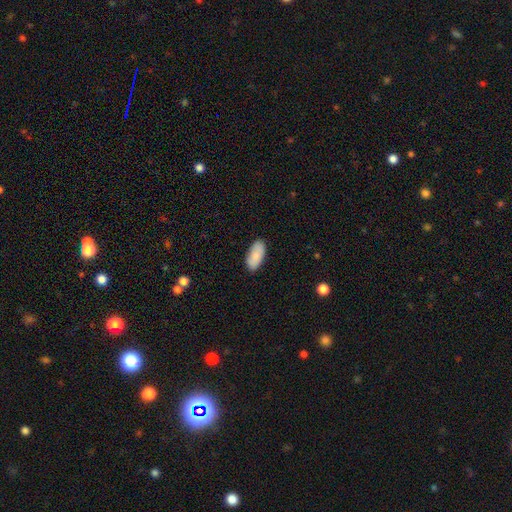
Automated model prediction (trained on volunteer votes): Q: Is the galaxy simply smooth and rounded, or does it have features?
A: smooth — 84%.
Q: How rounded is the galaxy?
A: in between — 92%.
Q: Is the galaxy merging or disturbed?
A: none — 86%.